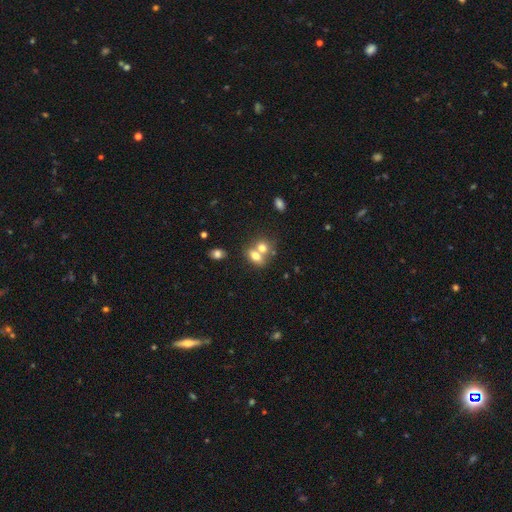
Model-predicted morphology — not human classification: Smooth or featured?
  - smooth: 71% *
  - featured or disk: 18%
  - star or artifact: 11%
How rounded?
  - in between: 64% *
  - round: 34%
  - cigar-shaped: 2%
Merging?
  - merger: 59% *
  - none: 30%
  - minor disturbance: 8%
  - major disturbance: 3%